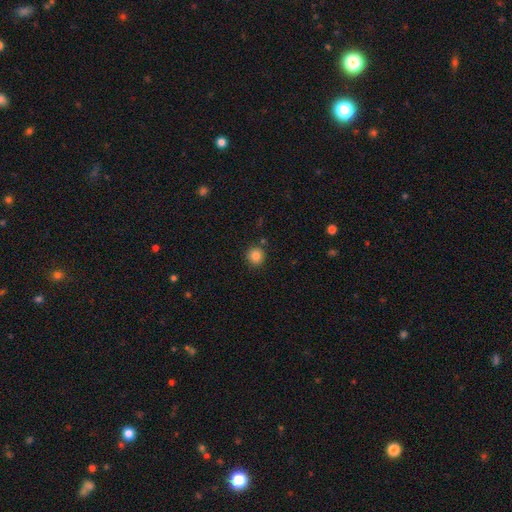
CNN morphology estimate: A smooth galaxy with no disk features (84%) that is round (90%). Merging: none (85%).